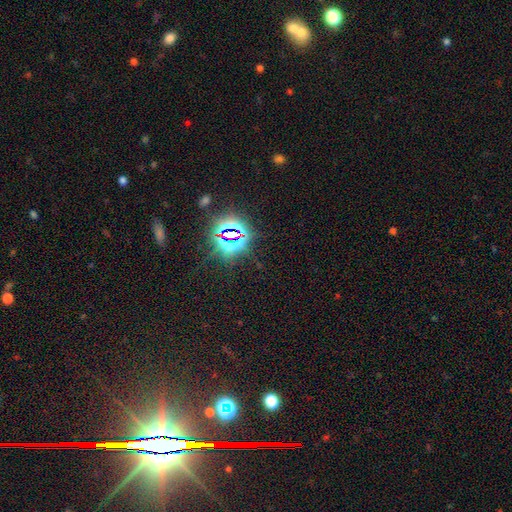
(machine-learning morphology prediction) Smooth or featured? Predicted: star or artifact (p=0.81).